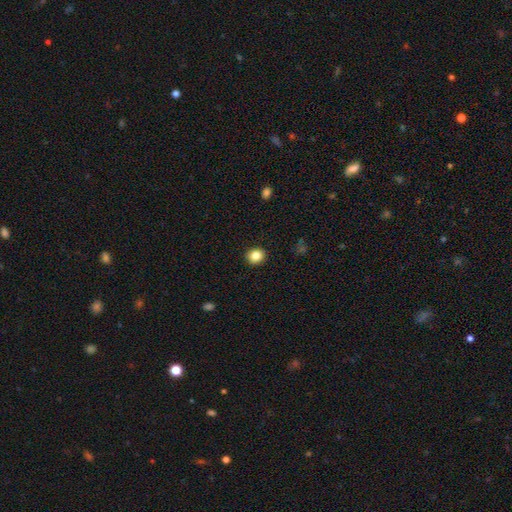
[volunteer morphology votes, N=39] Smooth or featured? 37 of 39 (95%) said smooth. How rounded? 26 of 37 (70%) said round. Merging? 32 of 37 (86%) said none.